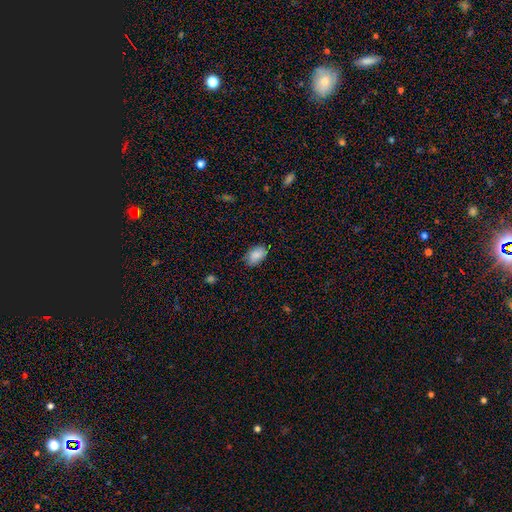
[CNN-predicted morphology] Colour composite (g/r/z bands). It shows a smooth galaxy with no disk features (87%) that is in between round and cigar-shaped (89%). Merging: none (73%).